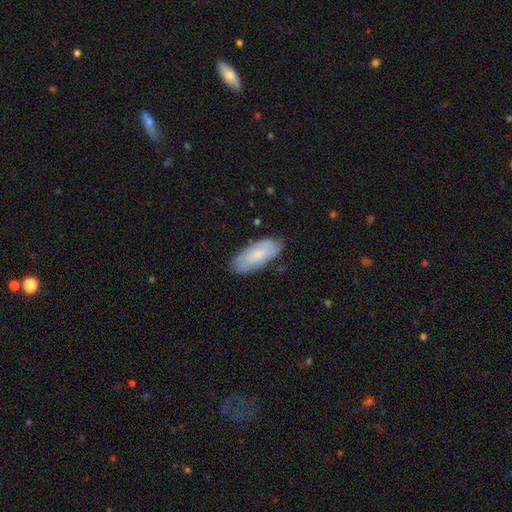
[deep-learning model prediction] This appears to be a smooth galaxy with no disk features (69%) that is in between round and cigar-shaped (80%). Merging: none (79%).